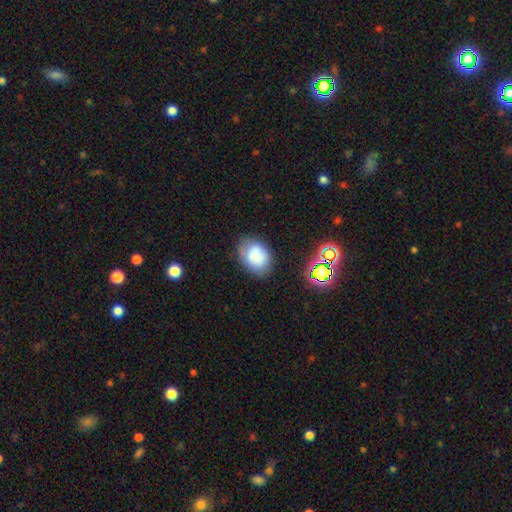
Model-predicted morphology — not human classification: smooth 79%, featured or disk 10%, star or artifact 10%. Down the decision tree: how rounded — in between (72%); merging — none (68%).